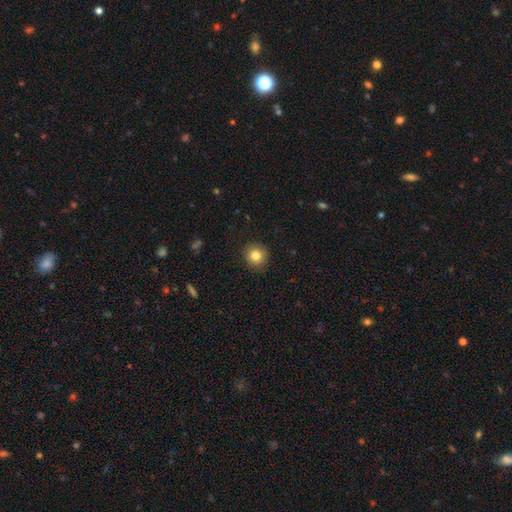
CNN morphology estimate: This is clearly a smooth galaxy (83%). How rounded: clearly round (93%). Merging: clearly none (91%).